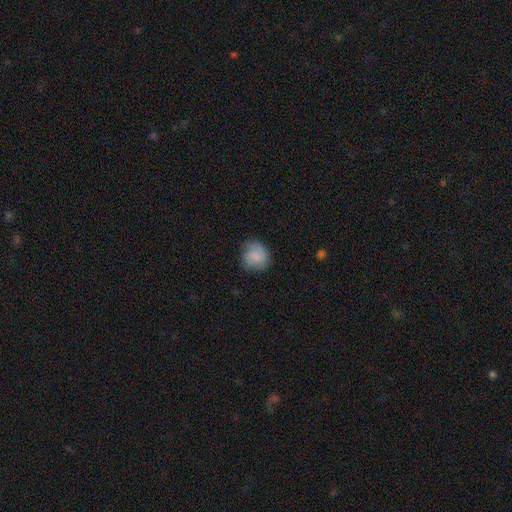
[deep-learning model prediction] Smooth or featured? Predicted: smooth (p=0.82). How rounded? Predicted: round (p=0.79). Merging? Predicted: none (p=0.71).